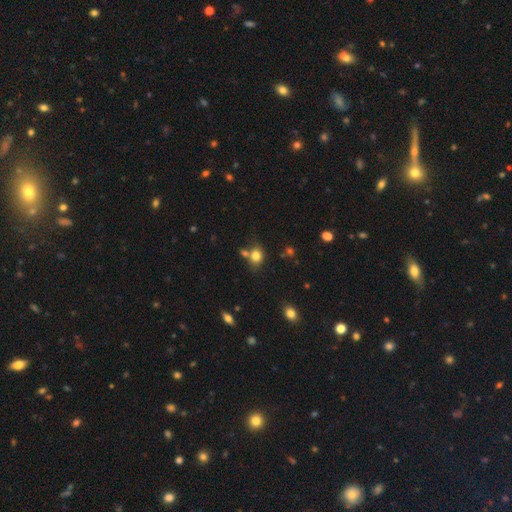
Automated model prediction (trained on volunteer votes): The model was most divided on "how rounded": round: 56%, in between: 42%, cigar-shaped: 1%. More confident: smooth or featured — smooth (79%); merging — none (58%).